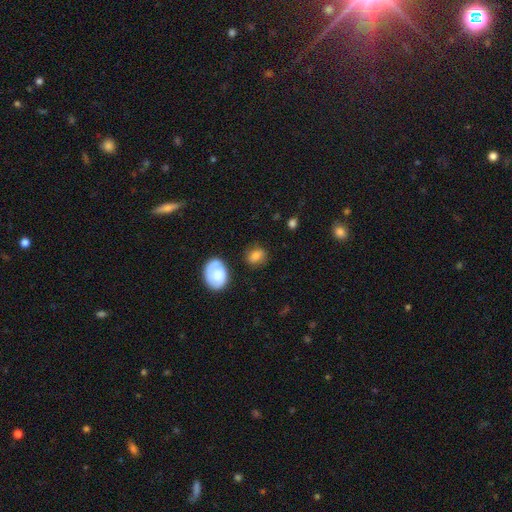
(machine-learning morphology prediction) Smooth or featured? smooth (79%)
How rounded? round (49%, tied with in between)
Merging? none (74%)